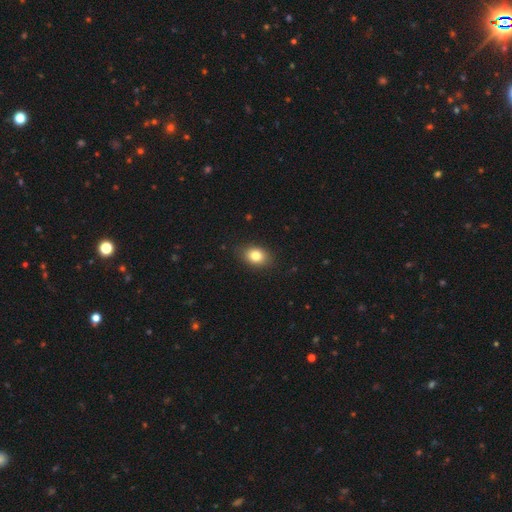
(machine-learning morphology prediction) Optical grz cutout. It shows a smooth galaxy with no disk features (82%) that is in between round and cigar-shaped (68%). Merging: none (87%).